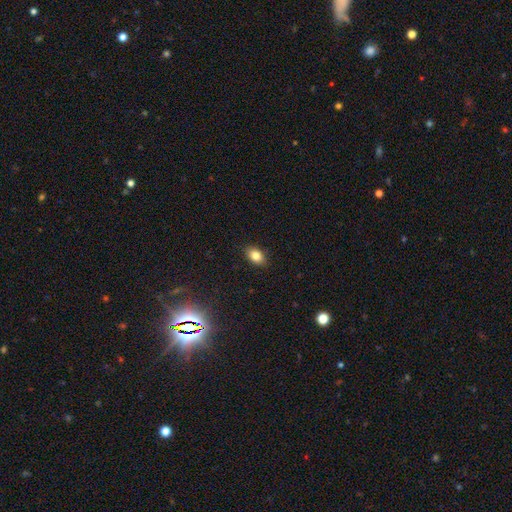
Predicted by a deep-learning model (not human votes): Smooth or featured? smooth (83%)
How rounded? in between (85%)
Merging? none (88%)